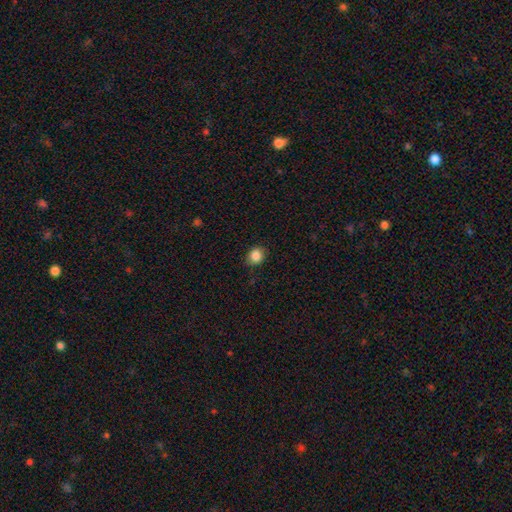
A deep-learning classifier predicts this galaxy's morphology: Smooth or featured: smooth — 86% (star or artifact — 10%)
How rounded: round — 73% (in between — 26%)
Merging: none — 86% (minor disturbance — 11%)